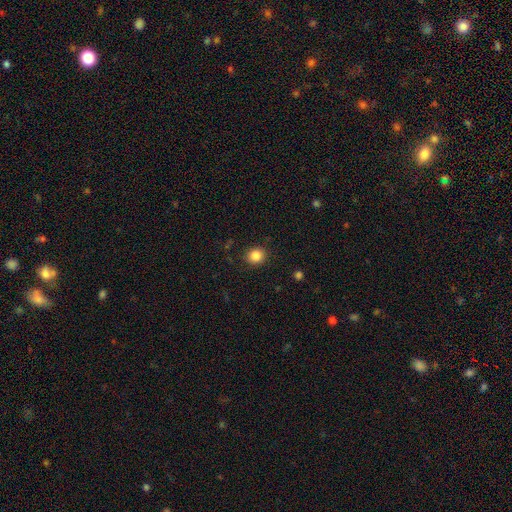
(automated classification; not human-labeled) Smooth or featured?
  - smooth: 85% *
  - star or artifact: 10%
  - featured or disk: 4%
How rounded?
  - round: 83% *
  - in between: 16%
  - cigar-shaped: 1%
Merging?
  - none: 89% *
  - minor disturbance: 8%
  - major disturbance: 2%
  - merger: 1%